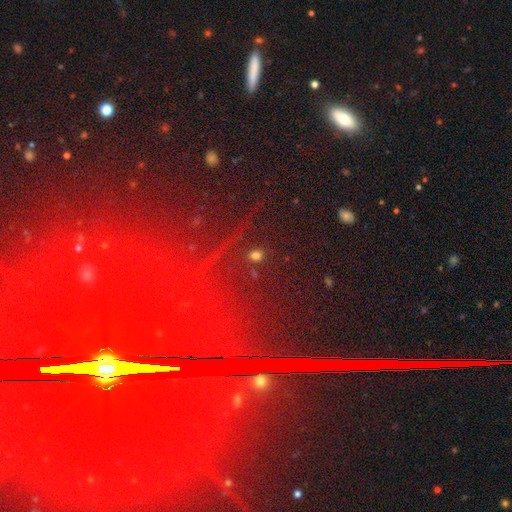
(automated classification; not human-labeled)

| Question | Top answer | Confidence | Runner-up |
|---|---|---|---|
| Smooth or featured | smooth | 49% | star or artifact (42%) |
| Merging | none | 79% | minor disturbance (10%) |